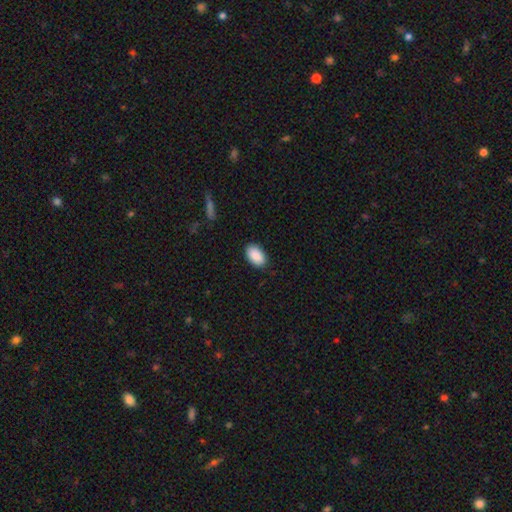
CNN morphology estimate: A smooth galaxy with no disk features (91%) that is in between round and cigar-shaped (93%). Merging: none (87%).